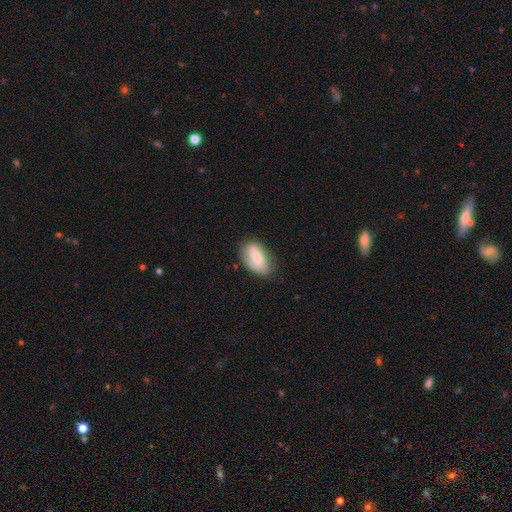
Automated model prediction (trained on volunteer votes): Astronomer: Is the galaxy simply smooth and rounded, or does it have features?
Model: smooth — 61%.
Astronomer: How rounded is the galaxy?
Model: in between — 91%.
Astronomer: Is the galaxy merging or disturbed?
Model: none — 65%.